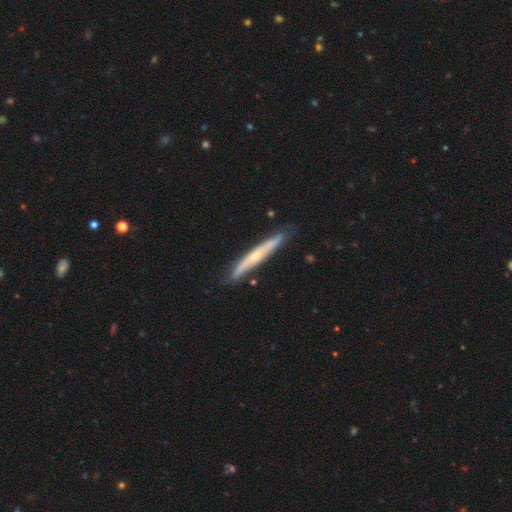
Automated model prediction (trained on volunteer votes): Smooth or featured? featured or disk (62%)
Edge-on disk? yes (93%)
Edge-on bulge? rounded (67%)
Merging? none (84%)